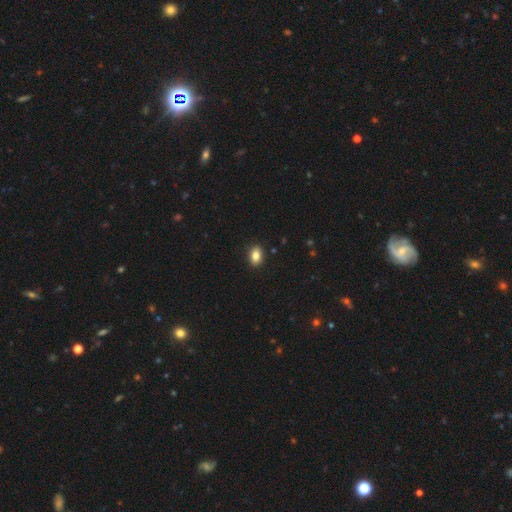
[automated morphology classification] A smooth galaxy with no disk features (85%) that is in between round and cigar-shaped (84%). Merging: none (89%).